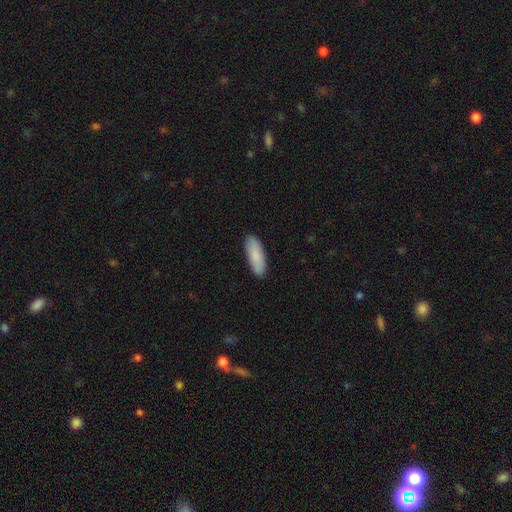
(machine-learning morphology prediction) A smooth galaxy with no disk features (87%) that is in between round and cigar-shaped (56%). Merging: none (89%).